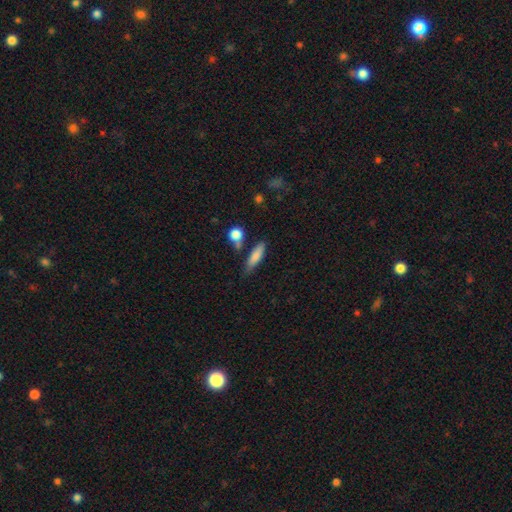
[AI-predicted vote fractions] smooth_or_featured: smooth (p=0.80) [alt: featured or disk p=0.13]
how_rounded: cigar-shaped (p=0.60) [alt: in between p=0.36]
merging: none (p=0.68) [alt: minor disturbance p=0.18]